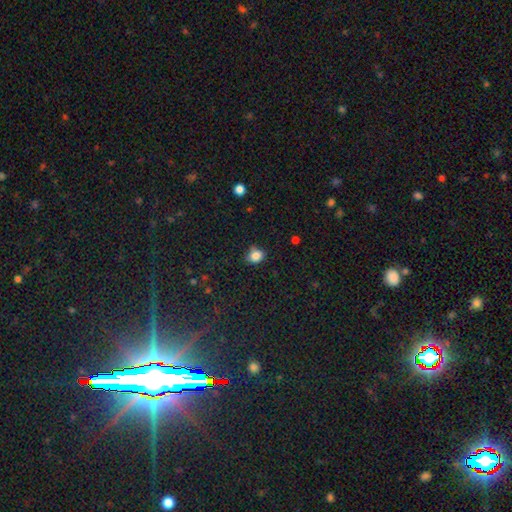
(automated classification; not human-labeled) The model was most divided on "how rounded": round: 65%, in between: 34%, cigar-shaped: 1%. More confident: smooth or featured — smooth (83%); merging — none (63%).